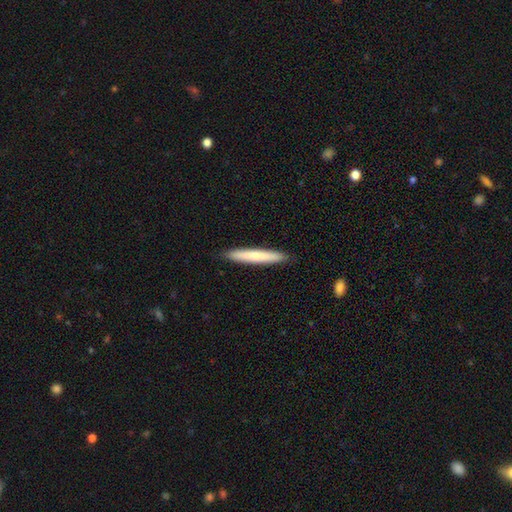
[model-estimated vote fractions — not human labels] A smooth galaxy with no disk features (72%) that is cigar-shaped (95%). Merging: none (91%).